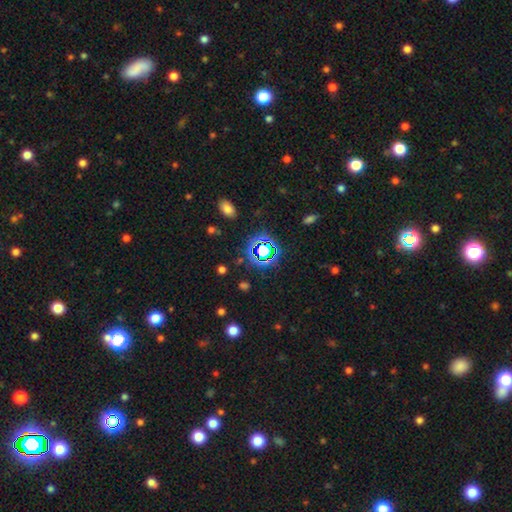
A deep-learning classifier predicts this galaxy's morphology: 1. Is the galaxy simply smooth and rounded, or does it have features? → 71% star or artifact, 21% smooth, 8% featured or disk.